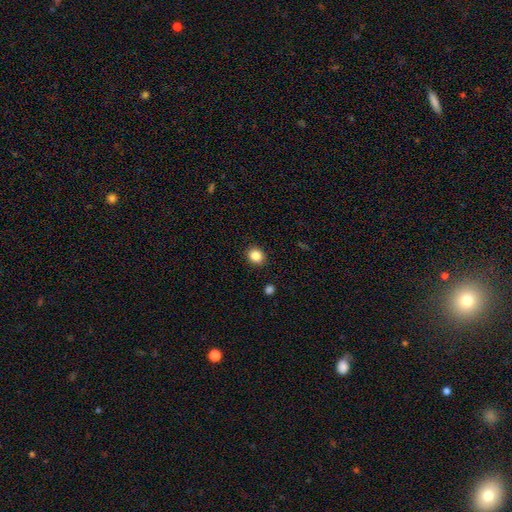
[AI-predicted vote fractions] This appears to be a smooth galaxy with no disk features (86%) that is round (72%). Merging: none (90%).